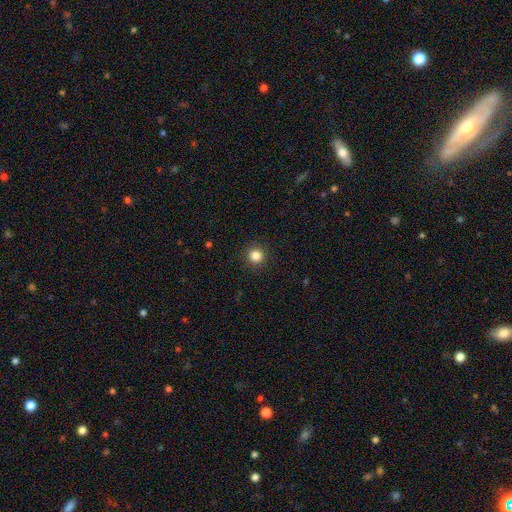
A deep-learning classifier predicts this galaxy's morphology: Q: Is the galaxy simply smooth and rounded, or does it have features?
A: smooth — 84%.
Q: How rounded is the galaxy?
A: round — 95%.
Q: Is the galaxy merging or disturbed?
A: none — 91%.